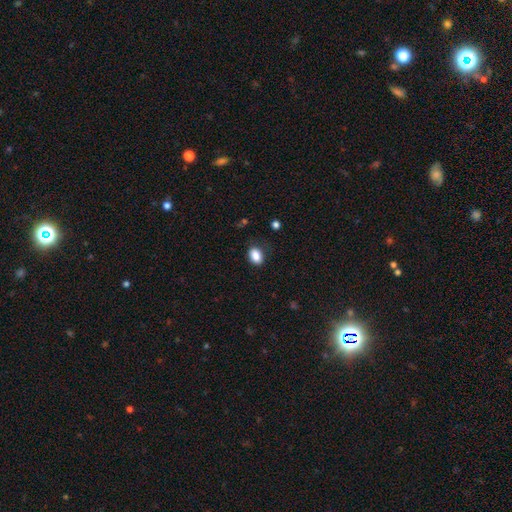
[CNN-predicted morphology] Smooth or featured? smooth (87%)
How rounded? in between (78%)
Merging? none (78%)